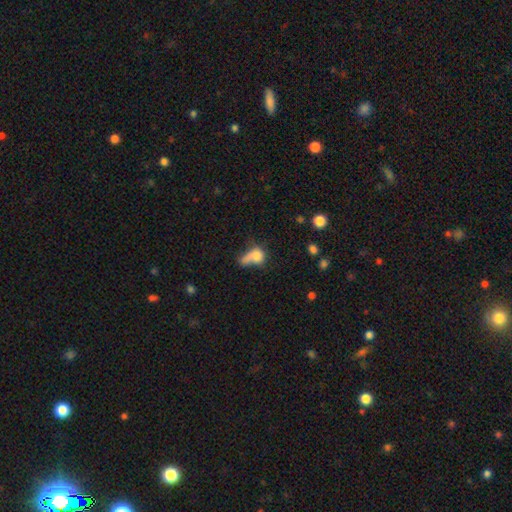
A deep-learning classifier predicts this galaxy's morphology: A smooth galaxy with no disk features (71%) that is in between round and cigar-shaped (49%).

Vote fractions:
- Smooth or featured? smooth: 71% / featured or disk: 18% / star or artifact: 11%
- How rounded? in between: 49% / round: 45% / cigar-shaped: 5%
- Merging? merger: 31% / major disturbance: 28% / none: 25% / minor disturbance: 17%